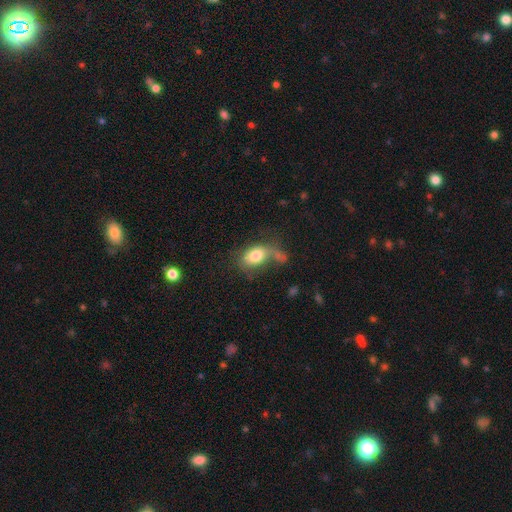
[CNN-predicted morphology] smooth_or_featured: smooth (p=0.76) [alt: featured or disk p=0.16]
how_rounded: in between (p=0.83) [alt: round p=0.15]
merging: none (p=0.33) [alt: major disturbance p=0.26]